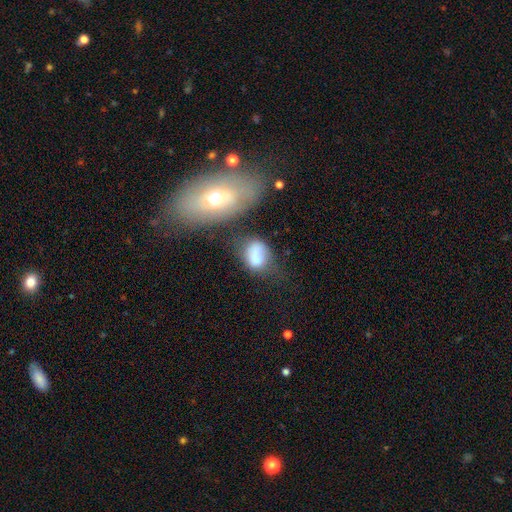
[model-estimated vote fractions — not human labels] Smooth or featured? smooth (71%)
How rounded? in between (66%)
Merging? none (31%)